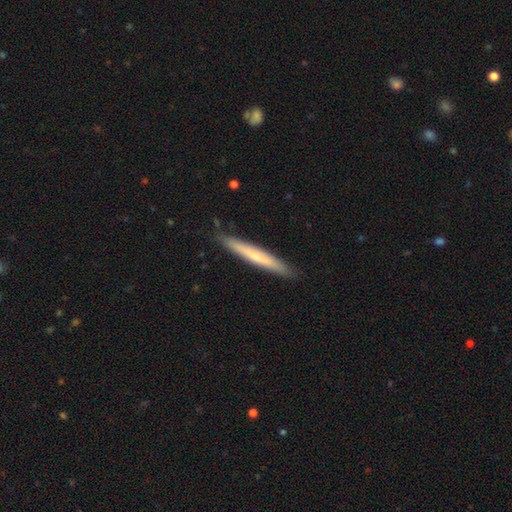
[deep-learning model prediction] smooth-or-featured: smooth: 57% | featured or disk: 38% | star or artifact: 5%
  how-rounded: cigar-shaped: 96% | in between: 3% | round: 1%
  merging: none: 89% | minor disturbance: 9% | major disturbance: 1% | merger: 1%